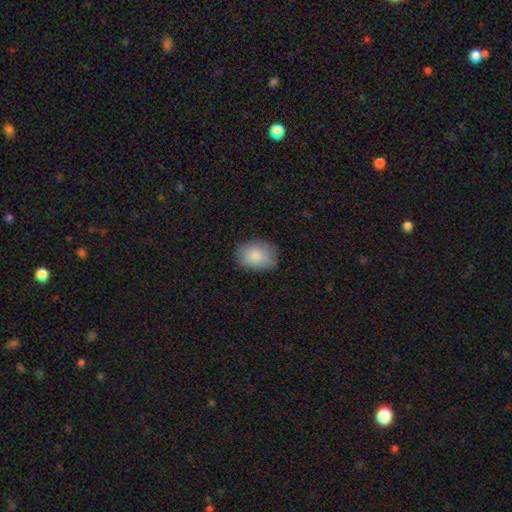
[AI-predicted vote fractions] Morphology: type=smooth (84%); roundness=in between (80%); merging=none (74%).